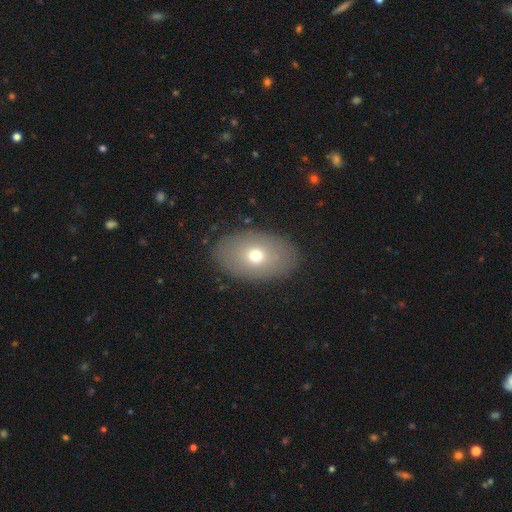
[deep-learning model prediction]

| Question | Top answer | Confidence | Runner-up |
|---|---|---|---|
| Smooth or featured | smooth | 68% | featured or disk (22%) |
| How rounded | in between | 84% | round (15%) |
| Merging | none | 86% | minor disturbance (9%) |